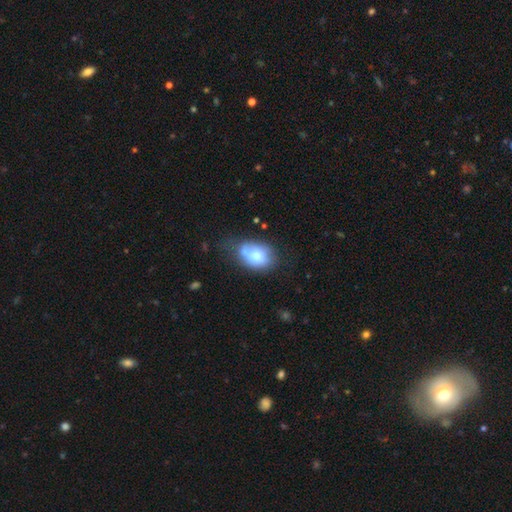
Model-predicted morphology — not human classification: smooth_or_featured: smooth (p=0.66) [alt: featured or disk p=0.26]
how_rounded: in between (p=0.74) [alt: round p=0.25]
merging: none (p=0.39) [alt: merger p=0.26]